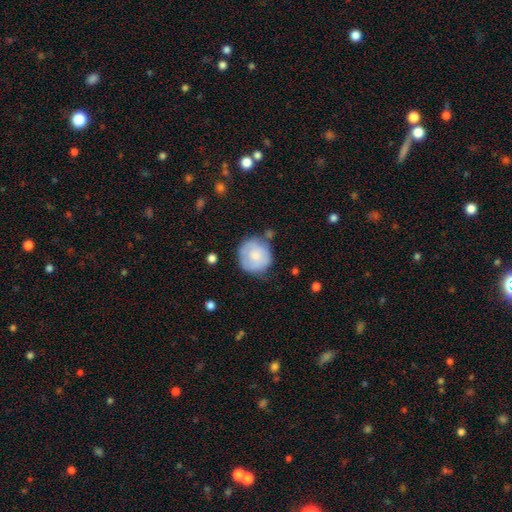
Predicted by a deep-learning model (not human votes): Smooth or featured?
  - smooth: 63% *
  - featured or disk: 31%
  - star or artifact: 6%
How rounded?
  - round: 87% *
  - in between: 12%
  - cigar-shaped: 1%
Merging?
  - none: 62% *
  - minor disturbance: 25%
  - major disturbance: 8%
  - merger: 4%